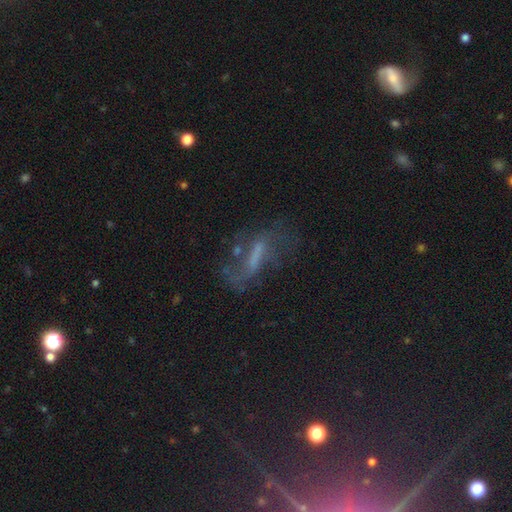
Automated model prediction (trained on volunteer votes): Morphology: type=featured or disk (56%); edge-on=no (81%); merging=none (48%).